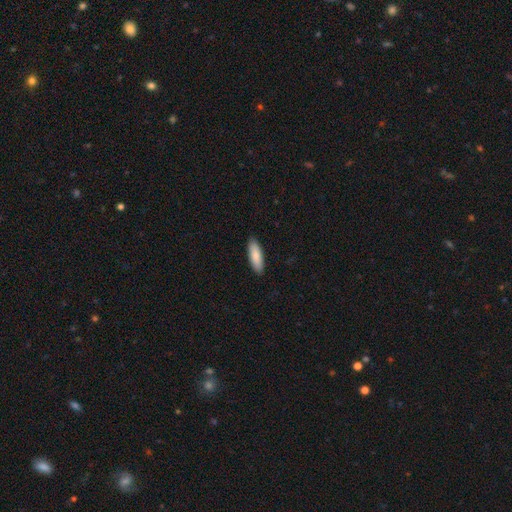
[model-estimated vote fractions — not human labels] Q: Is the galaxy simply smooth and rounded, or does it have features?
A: smooth — 84%.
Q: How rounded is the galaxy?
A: in between — 57%.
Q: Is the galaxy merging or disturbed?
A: none — 90%.